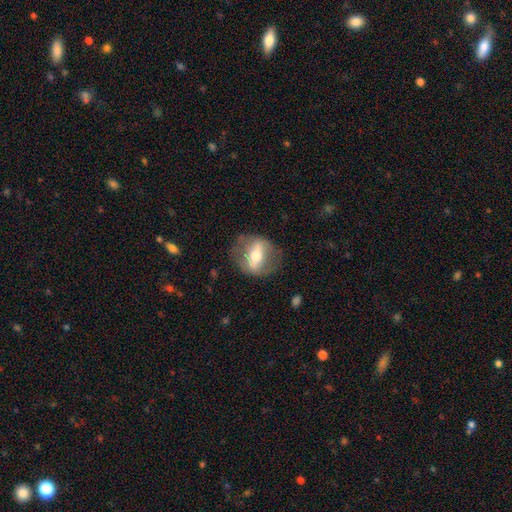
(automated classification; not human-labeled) Overall: featured or disk (63%; smooth 30%). Edge-on disk: no (68%; yes 32%). Merging: none (75%).